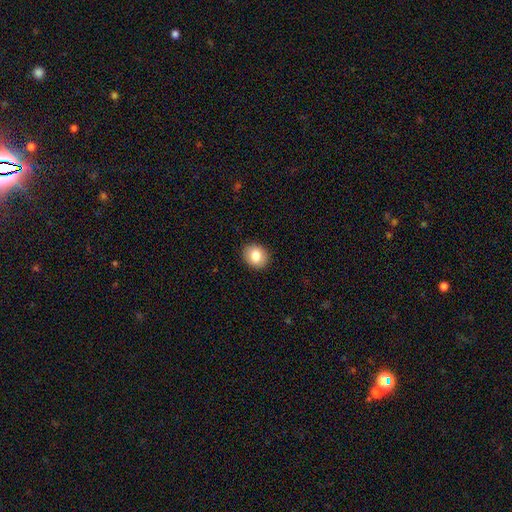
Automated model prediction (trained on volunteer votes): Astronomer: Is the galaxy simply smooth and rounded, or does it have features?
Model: smooth — 83%.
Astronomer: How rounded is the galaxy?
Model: round — 62%.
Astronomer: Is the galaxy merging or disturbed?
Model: none — 91%.